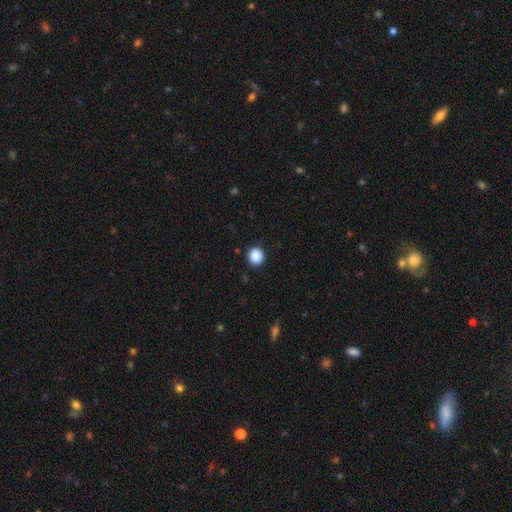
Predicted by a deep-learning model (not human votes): A smooth galaxy with no disk features (88%) that is round (92%). Merging: none (91%).